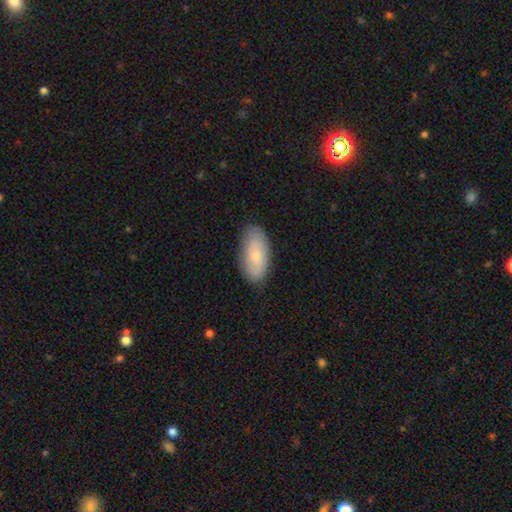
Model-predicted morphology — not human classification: smooth-or-featured: smooth: 73% | featured or disk: 21% | star or artifact: 6%
  how-rounded: in between: 93% | cigar-shaped: 4% | round: 2%
  merging: none: 83% | minor disturbance: 13% | major disturbance: 3% | merger: 1%